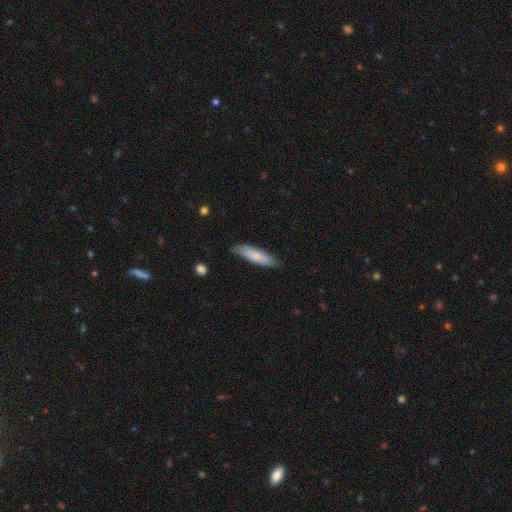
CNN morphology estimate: This is likely a smooth galaxy (79%). How rounded: likely cigar-shaped (73%). Merging: likely none (80%).